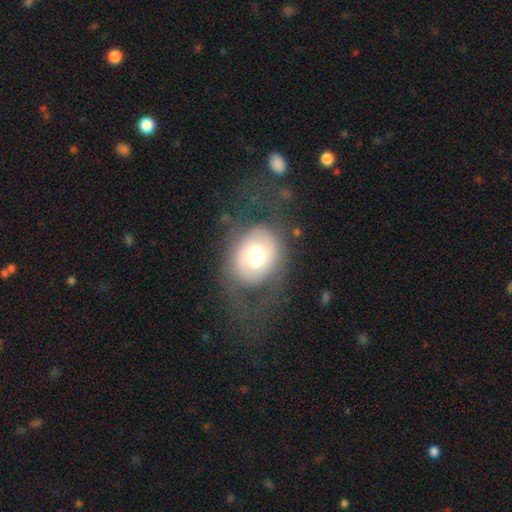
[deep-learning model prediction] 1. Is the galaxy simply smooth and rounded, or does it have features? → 59% smooth, 30% featured or disk, 11% star or artifact.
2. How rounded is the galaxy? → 51% round, 48% in between, 1% cigar-shaped.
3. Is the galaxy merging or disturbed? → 60% none, 23% major disturbance, 15% minor disturbance, 2% merger.